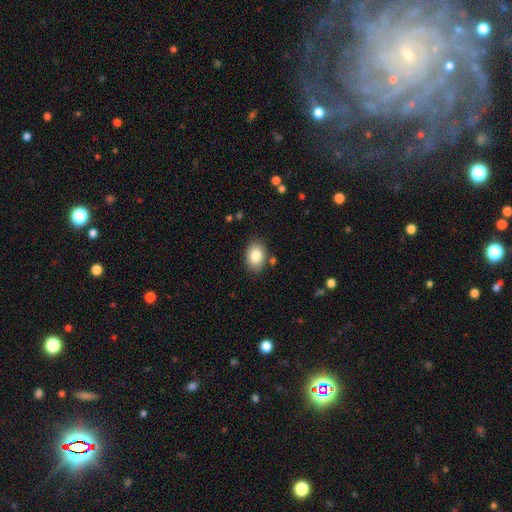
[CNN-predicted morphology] type=smooth (84%); roundness=in between (80%); merging=none (83%).